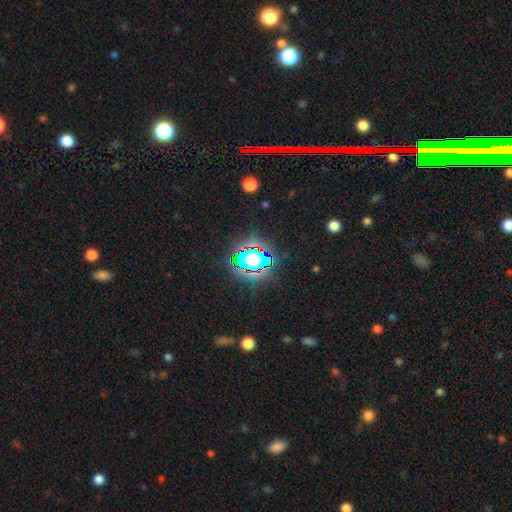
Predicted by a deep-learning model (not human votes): Smooth or featured: star or artifact — 77% (smooth — 14%)